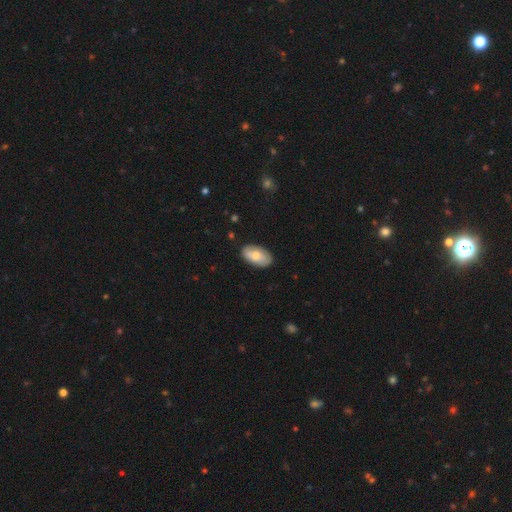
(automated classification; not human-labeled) A smooth galaxy with no disk features (68%) that is in between round and cigar-shaped (94%).

Vote fractions:
- Smooth or featured? smooth: 68% / featured or disk: 26% / star or artifact: 6%
- How rounded? in between: 94% / round: 4% / cigar-shaped: 2%
- Merging? none: 83% / minor disturbance: 13% / major disturbance: 2% / merger: 1%